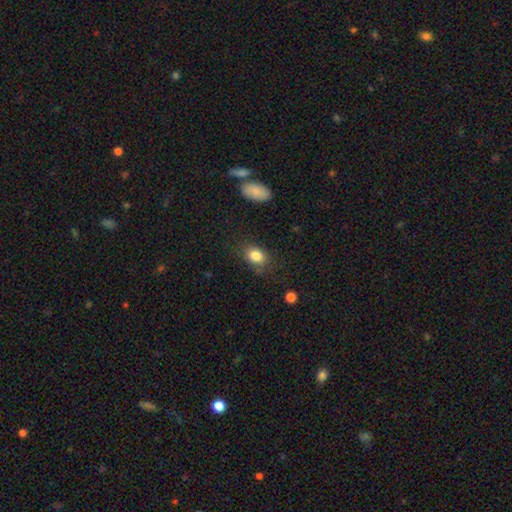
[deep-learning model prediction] Smooth or featured: smooth — 83% (star or artifact — 9%)
How rounded: in between — 69% (round — 30%)
Merging: none — 77% (minor disturbance — 16%)